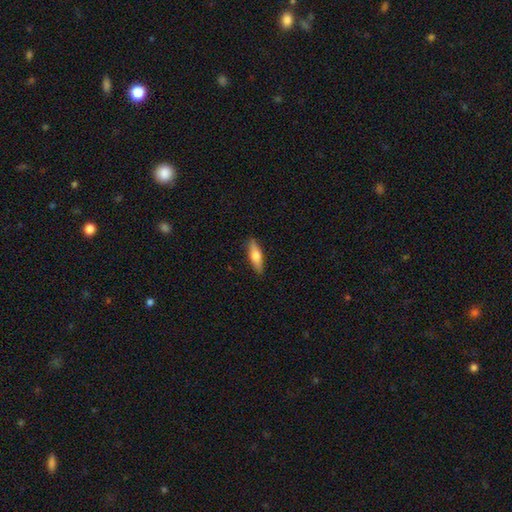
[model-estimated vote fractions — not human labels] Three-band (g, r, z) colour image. It shows a smooth galaxy with no disk features (62%) that is cigar-shaped (56%). Merging: none (89%).